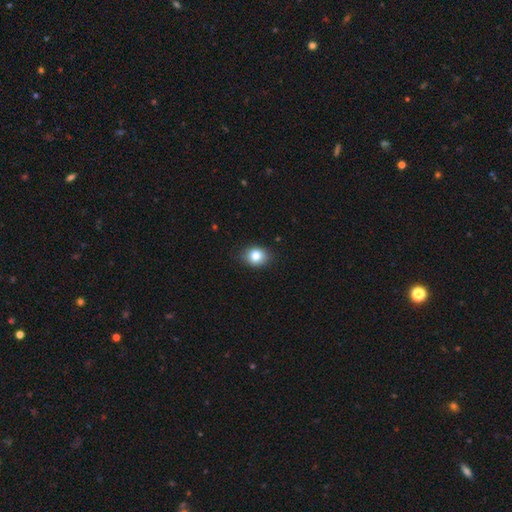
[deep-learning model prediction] This is clearly a smooth galaxy (84%). How rounded: possibly round (52%). Merging: clearly none (83%).